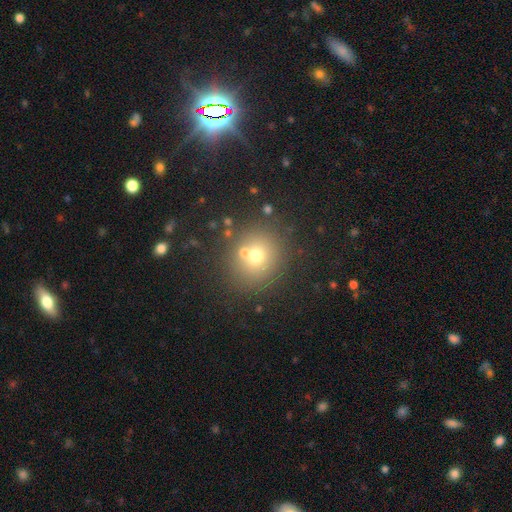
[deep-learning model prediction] Morphology: type=smooth (65%); roundness=round (86%); merging=none (69%).